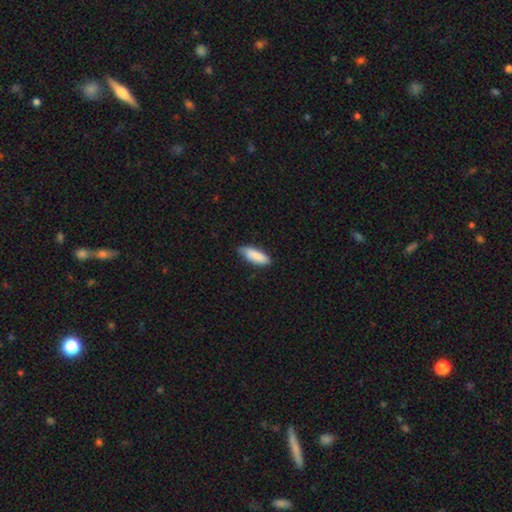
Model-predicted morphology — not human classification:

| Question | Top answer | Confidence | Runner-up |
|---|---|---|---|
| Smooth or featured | smooth | 88% | featured or disk (7%) |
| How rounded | in between | 62% | cigar-shaped (36%) |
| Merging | none | 72% | minor disturbance (24%) |